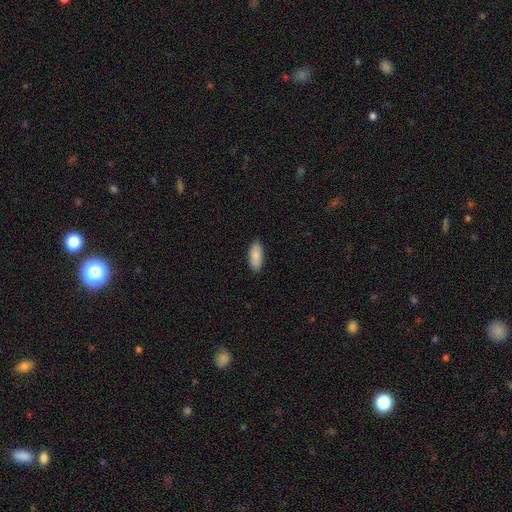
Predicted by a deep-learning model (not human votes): This is clearly a smooth galaxy (88%). How rounded: clearly in between (87%). Merging: clearly none (88%).